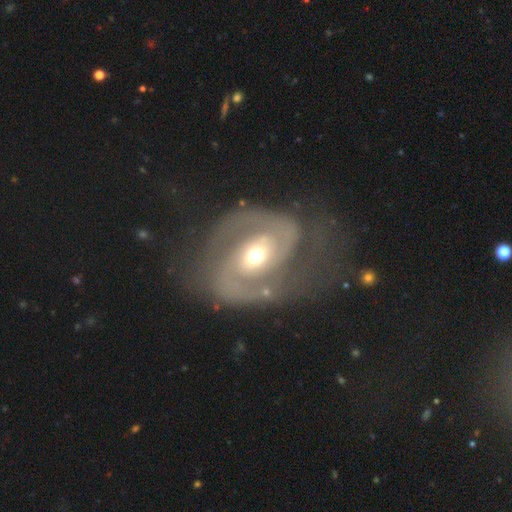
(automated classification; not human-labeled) A featured or disk galaxy (89%) with no bar (53%), 2 (84%) tight (45%) spiral arms (95%) and a moderate central bulge (63%). Merging: none (64%).